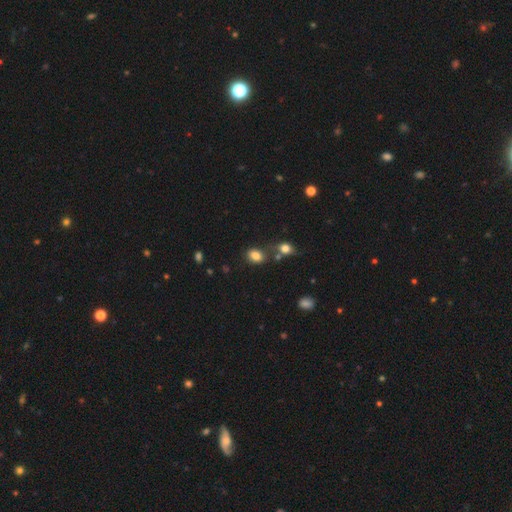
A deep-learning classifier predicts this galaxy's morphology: Smooth or featured? Predicted: smooth (p=0.83). How rounded? Predicted: in between (p=0.72). Merging? Predicted: none (p=0.64).